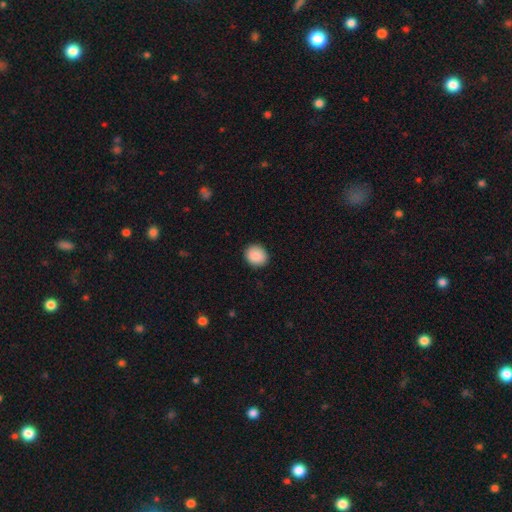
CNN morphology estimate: smooth 89%, star or artifact 7%, featured or disk 3%. Down the decision tree: how rounded — round (73%); merging — none (90%).